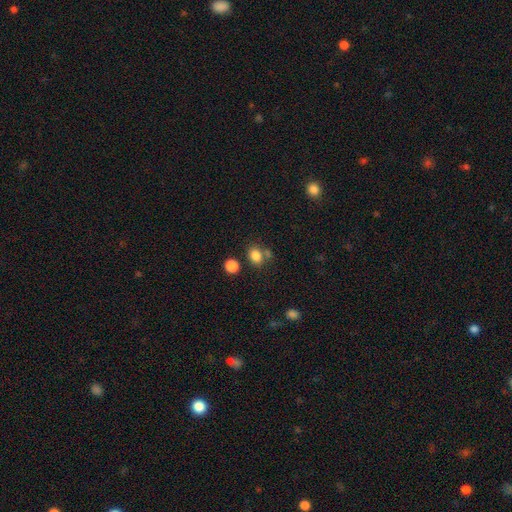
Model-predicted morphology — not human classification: A smooth galaxy with no disk features (82%) that is in between round and cigar-shaped (51%). Merging: none (65%).